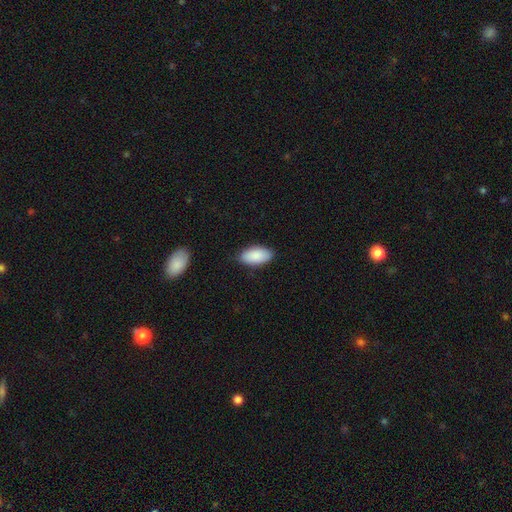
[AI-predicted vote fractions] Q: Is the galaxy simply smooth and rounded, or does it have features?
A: smooth — 88%.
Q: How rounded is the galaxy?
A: in between — 94%.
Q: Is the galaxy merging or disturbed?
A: none — 84%.